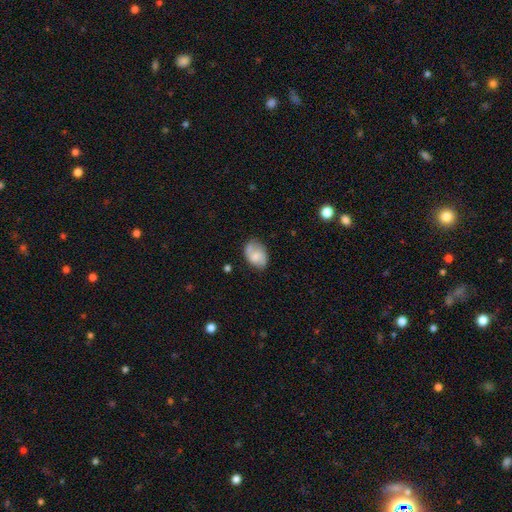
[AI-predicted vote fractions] Smooth or featured: smooth — 53% (featured or disk — 39%)
How rounded: in between — 82% (round — 16%)
Merging: none — 67% (minor disturbance — 23%)